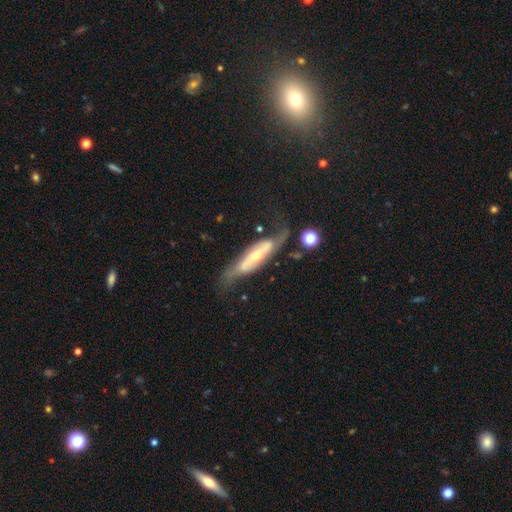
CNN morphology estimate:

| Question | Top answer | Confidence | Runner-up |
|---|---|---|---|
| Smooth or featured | featured or disk | 77% | smooth (17%) |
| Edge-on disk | no | 73% | yes (27%) |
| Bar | strong | 46% | weak (28%) |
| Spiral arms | yes | 87% | no (13%) |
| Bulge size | small | 47% | moderate (46%) |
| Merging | none | 55% | minor disturbance (24%) |